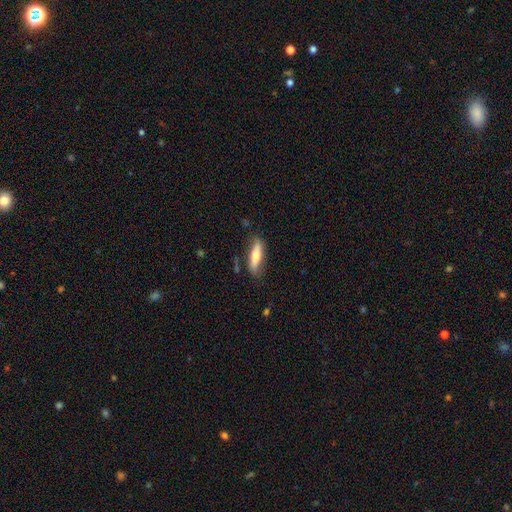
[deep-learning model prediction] This appears to be a smooth galaxy with no disk features (57%) that is cigar-shaped (60%). Merging: none (77%).